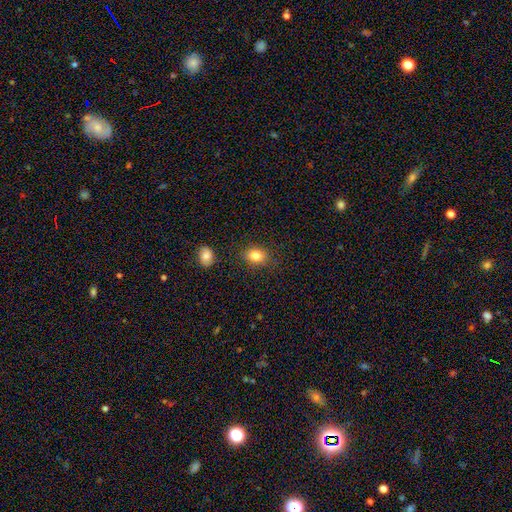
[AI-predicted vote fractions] Smooth or featured? Predicted: smooth (p=0.84). How rounded? Predicted: in between (p=0.67). Merging? Predicted: none (p=0.82).